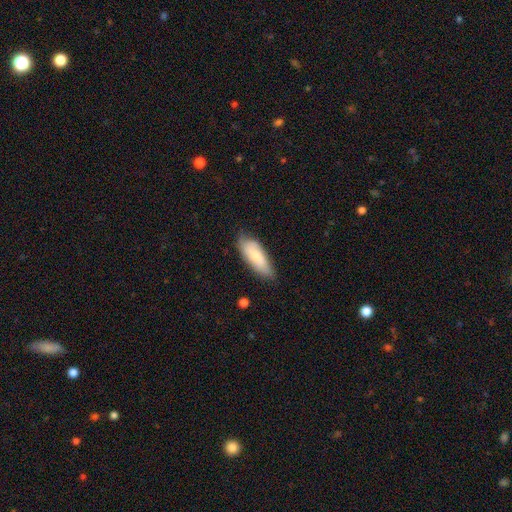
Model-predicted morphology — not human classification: Overall: smooth (74%). How rounded: in between (71%). Merging: none (69%).